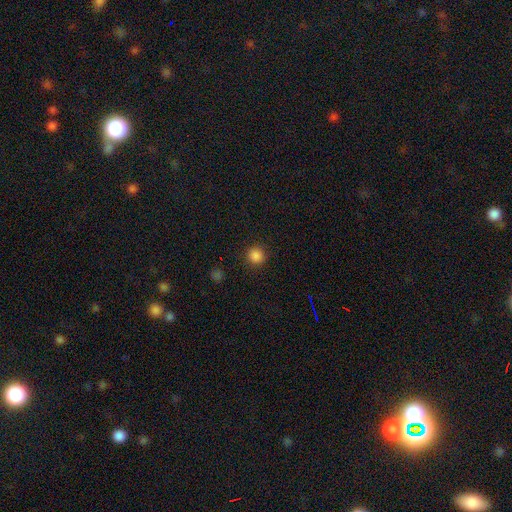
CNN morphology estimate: A smooth galaxy with no disk features (85%) that is round (94%).

Vote fractions:
- Smooth or featured? smooth: 85% / star or artifact: 12% / featured or disk: 3%
- How rounded? round: 94% / in between: 5% / cigar-shaped: 1%
- Merging? none: 90% / minor disturbance: 6% / major disturbance: 2% / merger: 1%